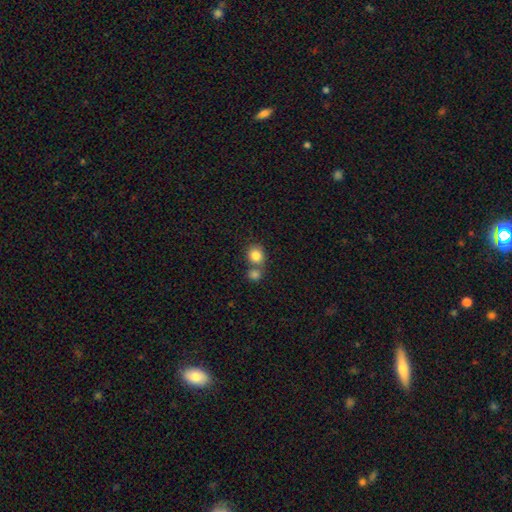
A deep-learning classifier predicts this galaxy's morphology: smooth-or-featured: smooth: 83% | star or artifact: 10% | featured or disk: 7%
  how-rounded: round: 80% | in between: 19% | cigar-shaped: 1%
  merging: none: 50% | merger: 40% | minor disturbance: 8% | major disturbance: 3%